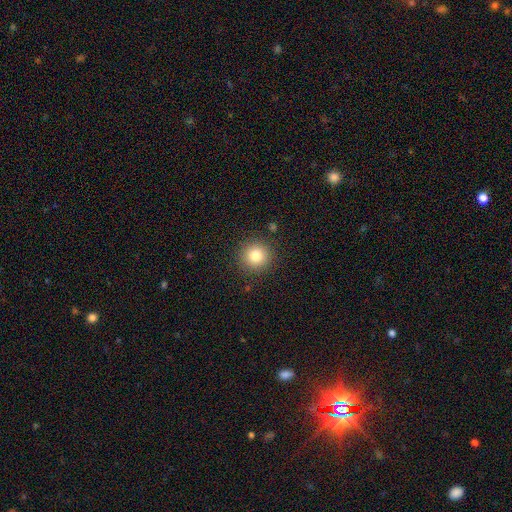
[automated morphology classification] smooth-or-featured: smooth: 81% | star or artifact: 11% | featured or disk: 8%
  how-rounded: round: 95% | in between: 4% | cigar-shaped: 1%
  merging: none: 90% | minor disturbance: 7% | major disturbance: 2% | merger: 1%